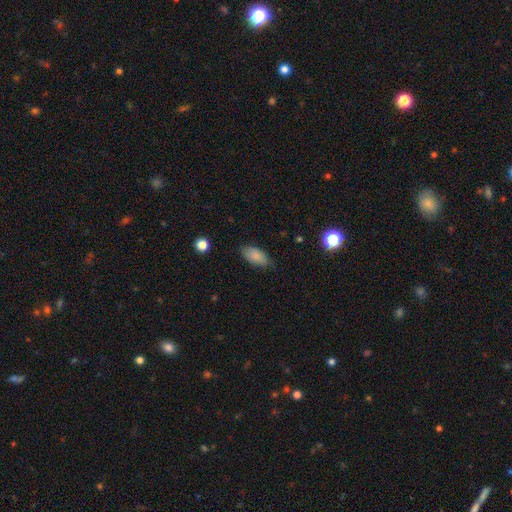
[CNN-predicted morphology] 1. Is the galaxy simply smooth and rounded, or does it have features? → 85% smooth, 8% star or artifact, 7% featured or disk.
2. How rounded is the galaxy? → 90% in between, 7% cigar-shaped, 3% round.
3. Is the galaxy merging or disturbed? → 78% none, 17% minor disturbance, 3% major disturbance, 1% merger.